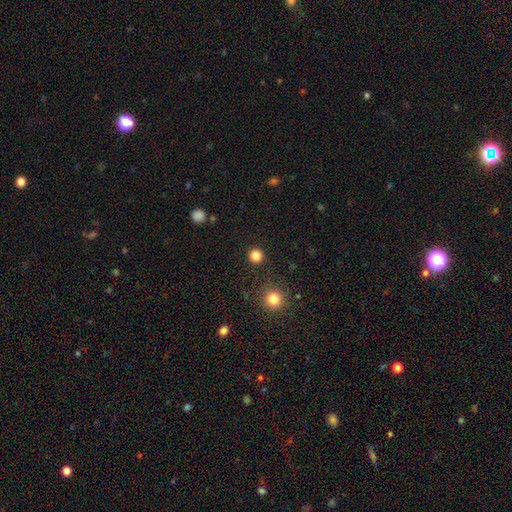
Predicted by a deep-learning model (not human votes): This appears to be a smooth galaxy with no disk features (83%) that is round (94%). Merging: none (91%).